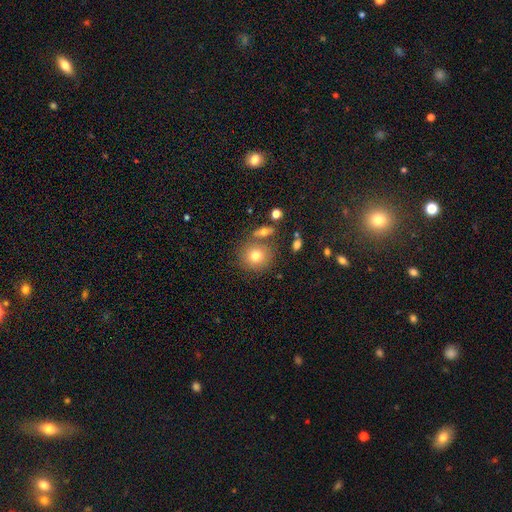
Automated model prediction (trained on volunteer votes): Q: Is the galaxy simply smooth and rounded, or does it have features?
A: smooth — 76%.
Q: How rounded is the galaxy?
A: round — 87%.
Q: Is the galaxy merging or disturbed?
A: none — 72%.